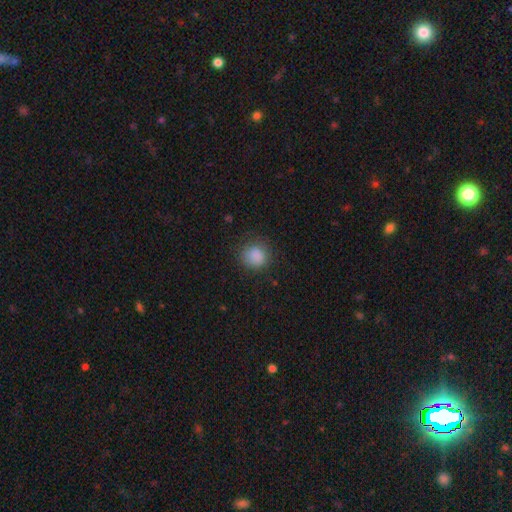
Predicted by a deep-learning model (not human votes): This appears to be a smooth galaxy with no disk features (86%) that is round (82%). Merging: none (77%).